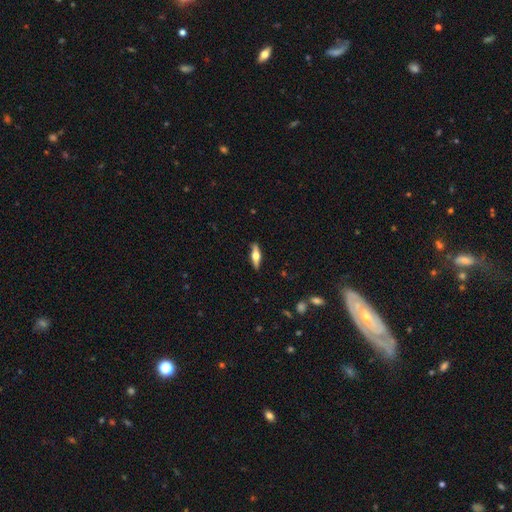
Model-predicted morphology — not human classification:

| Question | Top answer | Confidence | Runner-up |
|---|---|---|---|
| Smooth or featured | featured or disk | 62% | smooth (33%) |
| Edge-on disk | yes | 95% | no (5%) |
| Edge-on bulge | rounded | 94% | boxy (5%) |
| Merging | none | 89% | minor disturbance (8%) |